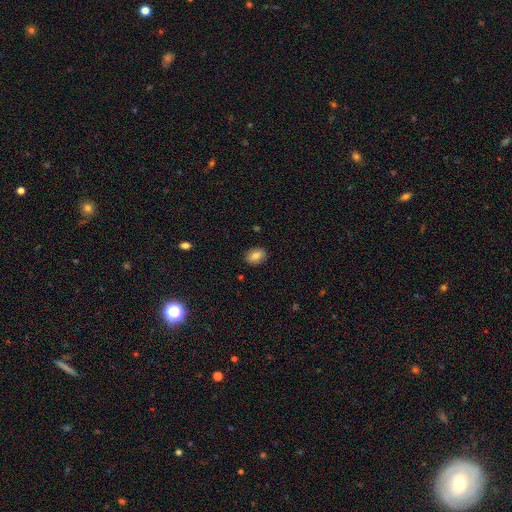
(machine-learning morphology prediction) A smooth galaxy with no disk features (79%) that is in between round and cigar-shaped (72%). Merging: none (88%).